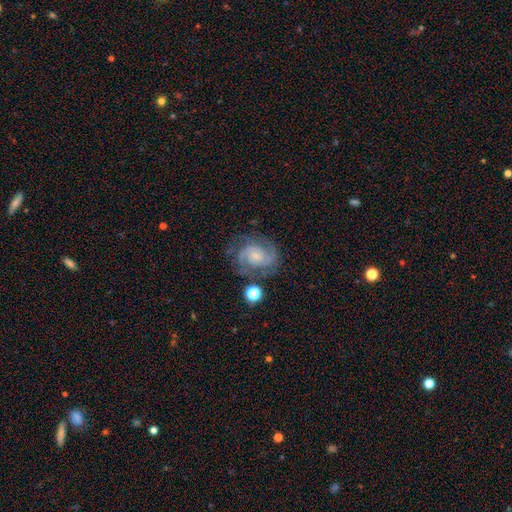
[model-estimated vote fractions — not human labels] featured or disk 83%, smooth 10%, star or artifact 7%. Down the decision tree: edge-on disk — no (98%); bar — no (65%); spiral arms — yes (96%); spiral arm count — 2 (65%); spiral winding — tight (52%); bulge size — small (63%); merging — none (70%).